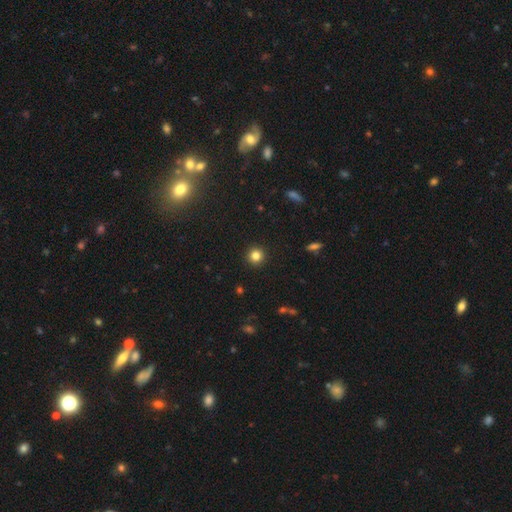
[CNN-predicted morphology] Smooth or featured: smooth — 83% (star or artifact — 12%)
How rounded: round — 95% (in between — 4%)
Merging: none — 93% (minor disturbance — 4%)